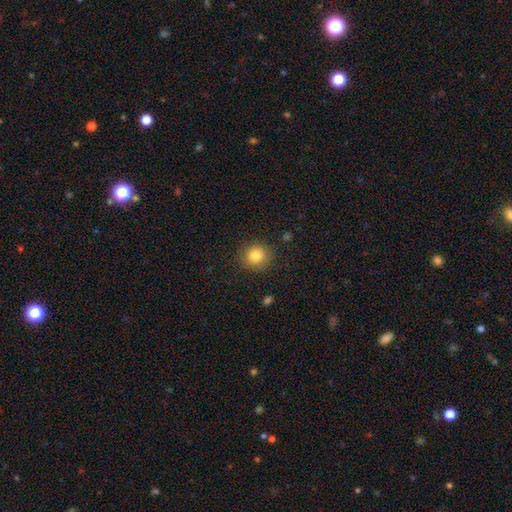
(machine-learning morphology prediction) The model was most divided on "smooth or featured": smooth: 83%, star or artifact: 11%, featured or disk: 7%. More confident: how rounded — round (89%); merging — none (87%).